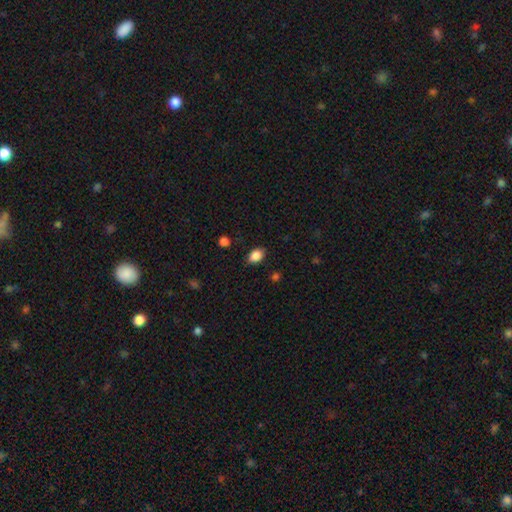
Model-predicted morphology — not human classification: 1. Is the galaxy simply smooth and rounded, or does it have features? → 87% smooth, 9% star or artifact, 4% featured or disk.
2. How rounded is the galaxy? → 83% in between, 15% round, 1% cigar-shaped.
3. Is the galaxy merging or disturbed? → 84% none, 12% minor disturbance, 3% major disturbance, 1% merger.